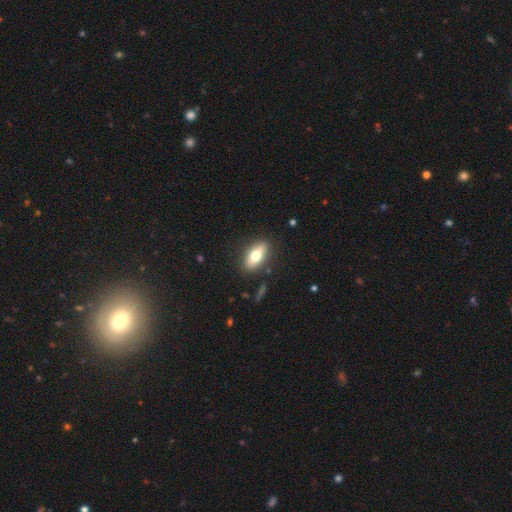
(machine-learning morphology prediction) This is likely a smooth galaxy (70%). How rounded: clearly in between (83%). Merging: clearly none (86%).